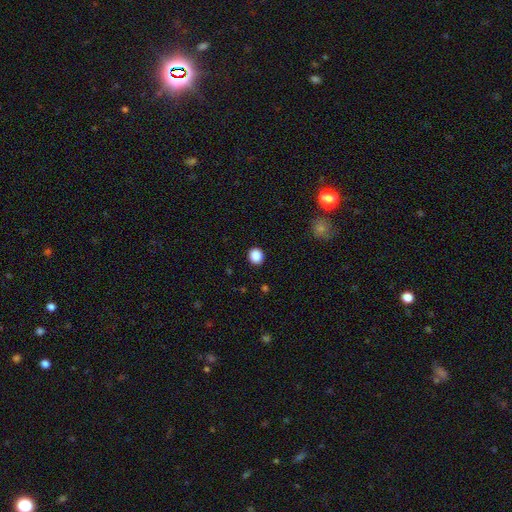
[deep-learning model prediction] smooth_or_featured: smooth (p=0.88) [alt: star or artifact p=0.09]
how_rounded: round (p=0.86) [alt: in between p=0.13]
merging: none (p=0.92) [alt: minor disturbance p=0.05]